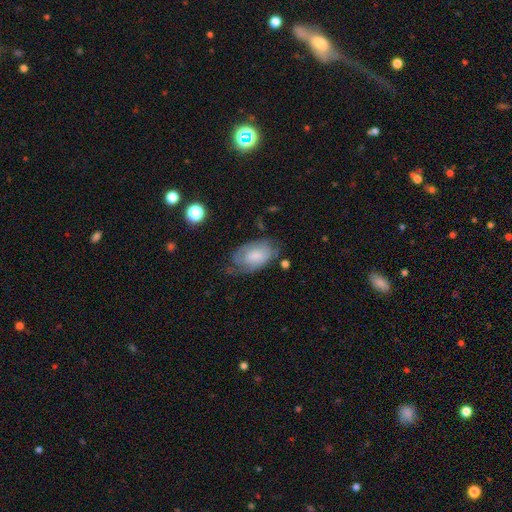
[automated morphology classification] This is possibly a smooth galaxy (51%). How rounded: clearly in between (92%). Merging: possibly none (51%).